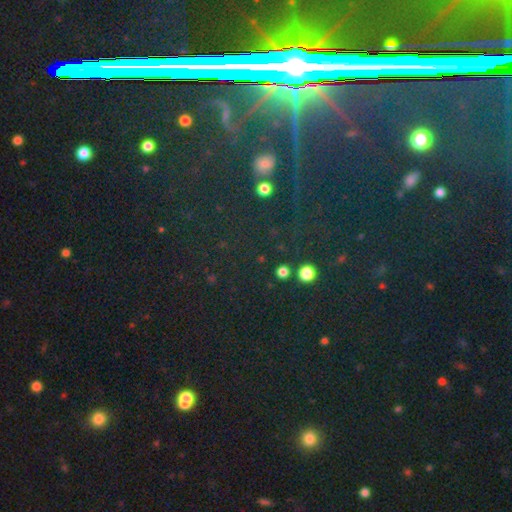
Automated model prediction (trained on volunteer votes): smooth-or-featured: star or artifact: 82% | smooth: 9% | featured or disk: 8%